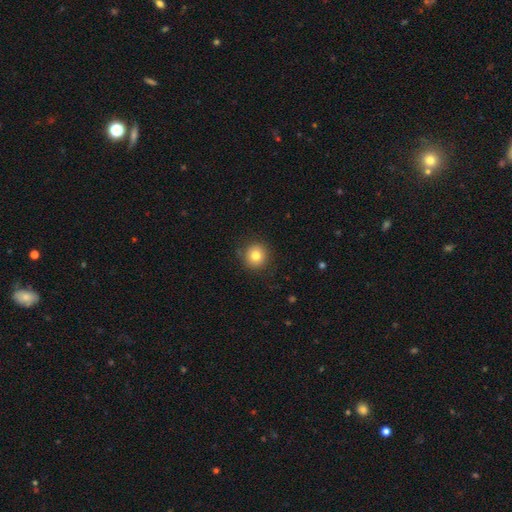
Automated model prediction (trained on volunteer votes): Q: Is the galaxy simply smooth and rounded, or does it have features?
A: smooth — 80%.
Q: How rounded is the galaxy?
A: round — 93%.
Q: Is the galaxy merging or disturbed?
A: none — 88%.